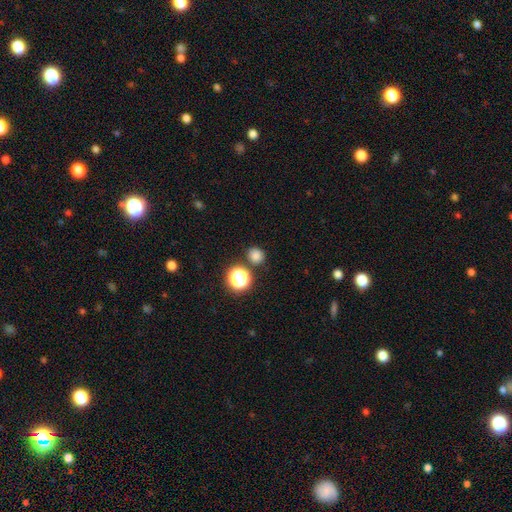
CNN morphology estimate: A smooth galaxy with no disk features (78%) that is round (82%).

Vote fractions:
- Smooth or featured? smooth: 78% / star or artifact: 17% / featured or disk: 5%
- How rounded? round: 82% / in between: 17% / cigar-shaped: 1%
- Merging? none: 83% / minor disturbance: 8% / merger: 6% / major disturbance: 3%